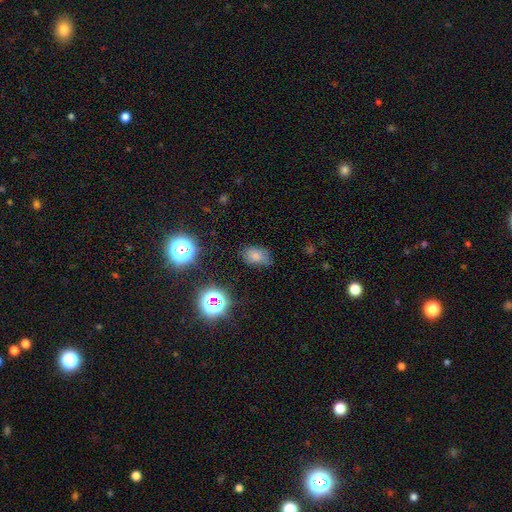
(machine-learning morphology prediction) smooth_or_featured: smooth (p=0.71) [alt: star or artifact p=0.19]
how_rounded: in between (p=0.85) [alt: round p=0.14]
merging: none (p=0.71) [alt: minor disturbance p=0.21]